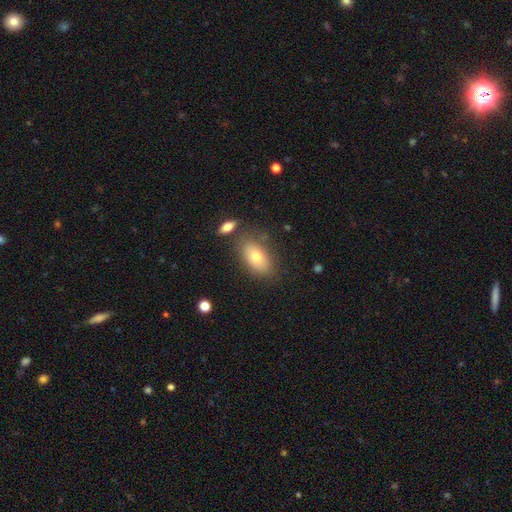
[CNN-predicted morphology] The model was most divided on "smooth or featured": smooth: 72%, featured or disk: 19%, star or artifact: 9%. More confident: how rounded — in between (89%); merging — none (76%).